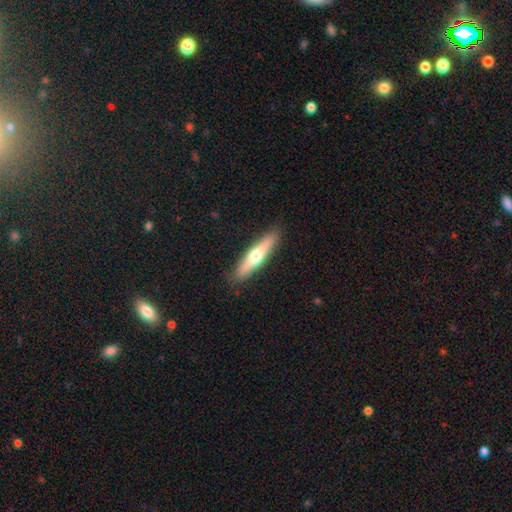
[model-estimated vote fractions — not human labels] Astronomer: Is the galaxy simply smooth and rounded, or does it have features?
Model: featured or disk — 49% (runner-up: smooth, 46%).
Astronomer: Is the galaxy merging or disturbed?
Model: none — 89%.